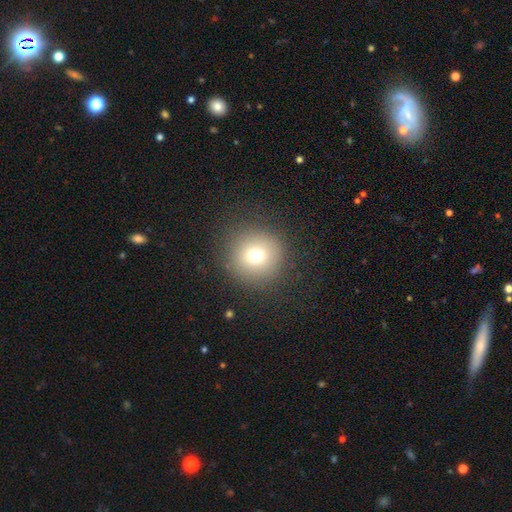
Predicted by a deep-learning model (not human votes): The model was most divided on "smooth or featured": smooth: 72%, star or artifact: 17%, featured or disk: 12%. More confident: how rounded — round (95%); merging — none (89%).